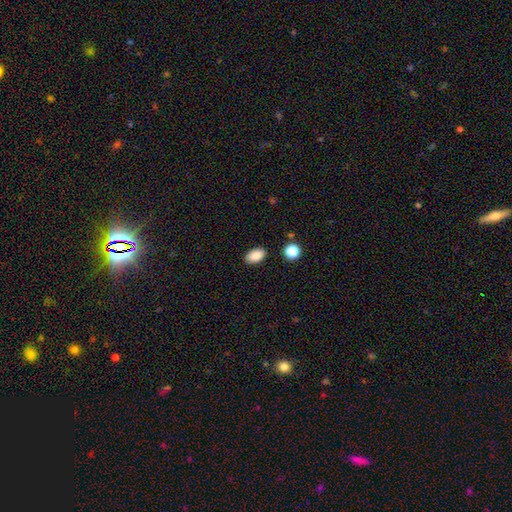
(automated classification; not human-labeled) Smooth or featured? smooth (88%)
How rounded? in between (91%)
Merging? none (87%)